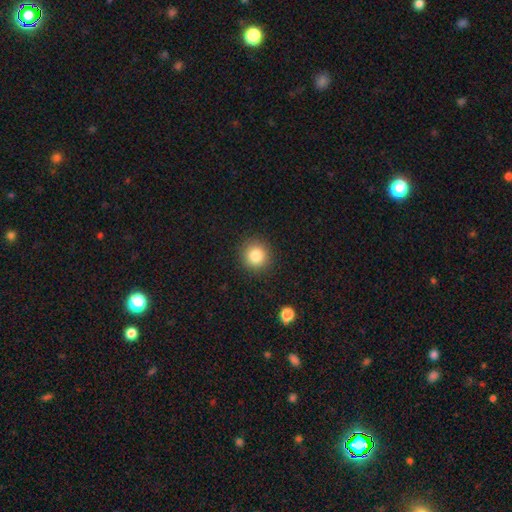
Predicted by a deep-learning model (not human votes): smooth 83%, star or artifact 11%, featured or disk 6%. Down the decision tree: how rounded — round (93%); merging — none (91%).